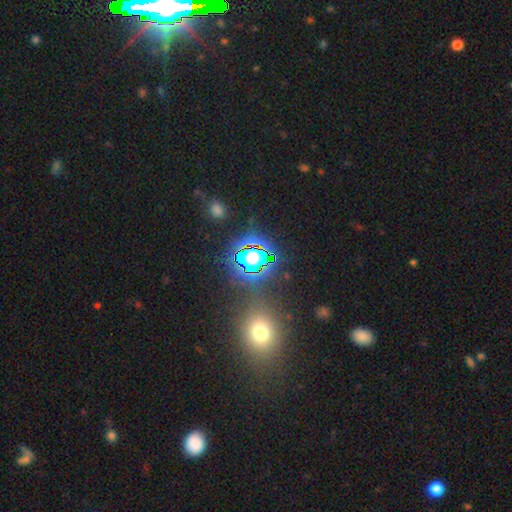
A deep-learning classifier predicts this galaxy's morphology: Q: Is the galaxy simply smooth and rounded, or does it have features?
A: star or artifact — 72%.